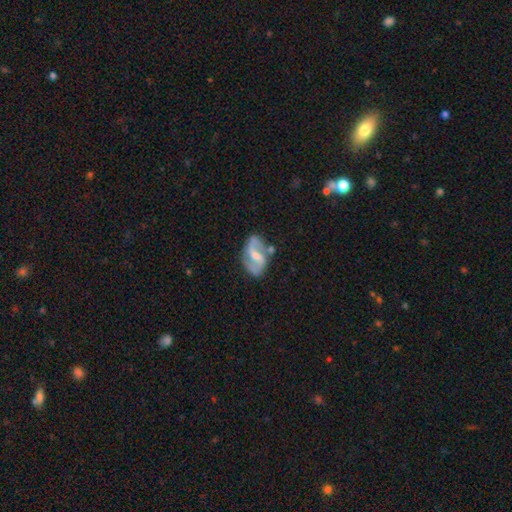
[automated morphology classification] This appears to be a featured or disk galaxy (81%) with a weak bar (50%), 2 (90%) medium (50%) spiral arms (92%) and a moderate central bulge (46%). Merging: none (66%).